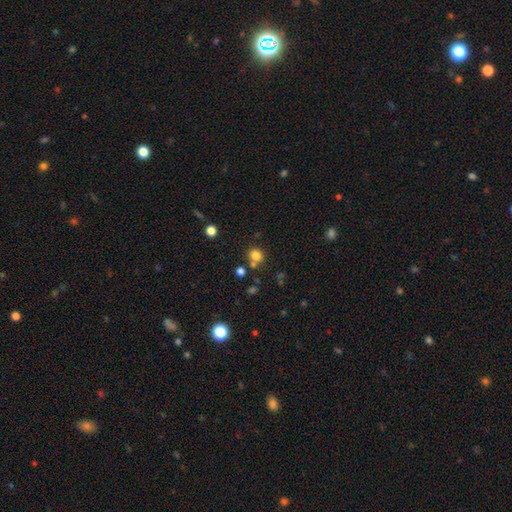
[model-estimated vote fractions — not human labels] The model was most divided on "merging": none: 68%, merger: 18%, minor disturbance: 10%, major disturbance: 4%. More confident: how rounded — round (80%); smooth or featured — smooth (79%).